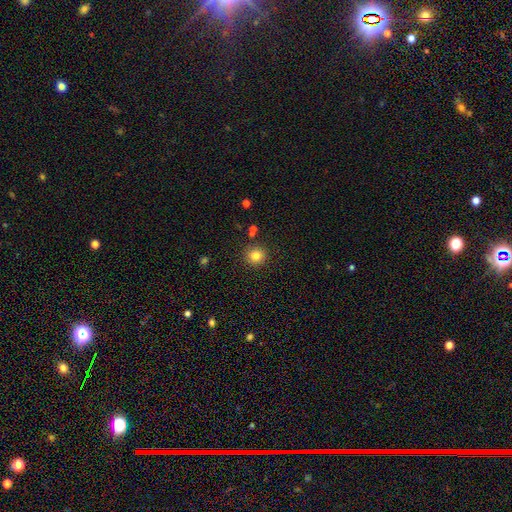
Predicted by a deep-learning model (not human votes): smooth 82%, star or artifact 12%, featured or disk 6%. Down the decision tree: how rounded — round (93%); merging — none (88%).